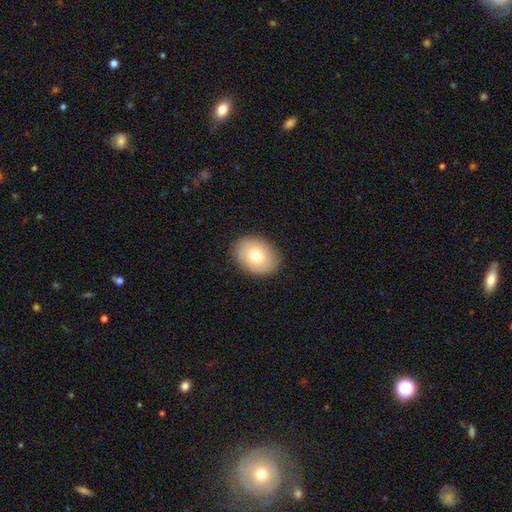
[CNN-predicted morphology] This appears to be a smooth galaxy with no disk features (75%) that is in between round and cigar-shaped (61%). Merging: none (89%).